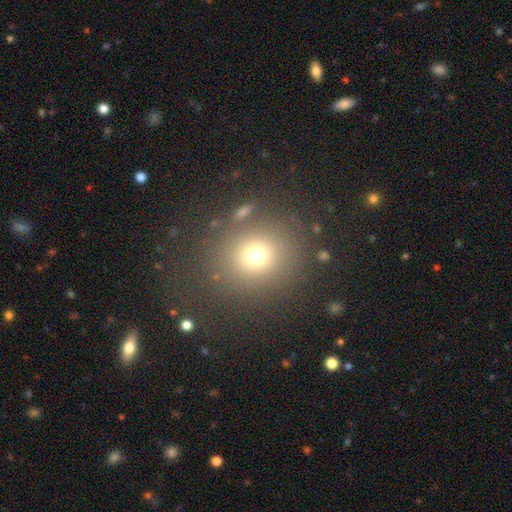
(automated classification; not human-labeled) Overall: smooth (71%). How rounded: round (82%). Merging: none (81%).